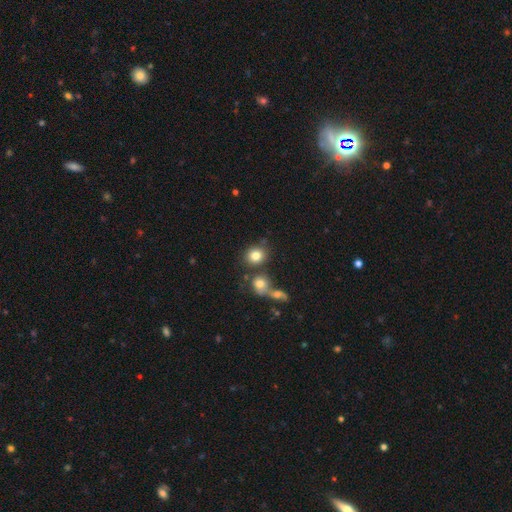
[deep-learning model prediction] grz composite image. It shows a smooth galaxy with no disk features (80%) that is round (73%). Merging: none (67%).